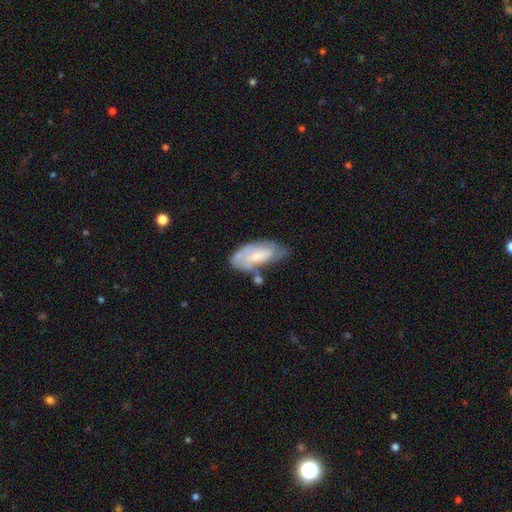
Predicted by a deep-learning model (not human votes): Morphology: type=smooth (47%); merging=none (42%).